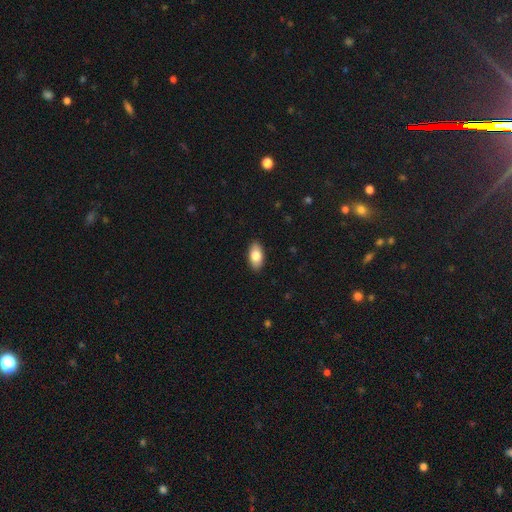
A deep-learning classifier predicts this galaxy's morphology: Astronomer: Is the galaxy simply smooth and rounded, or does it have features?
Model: smooth — 81%.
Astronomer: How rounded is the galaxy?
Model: in between — 93%.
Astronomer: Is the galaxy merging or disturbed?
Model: none — 89%.